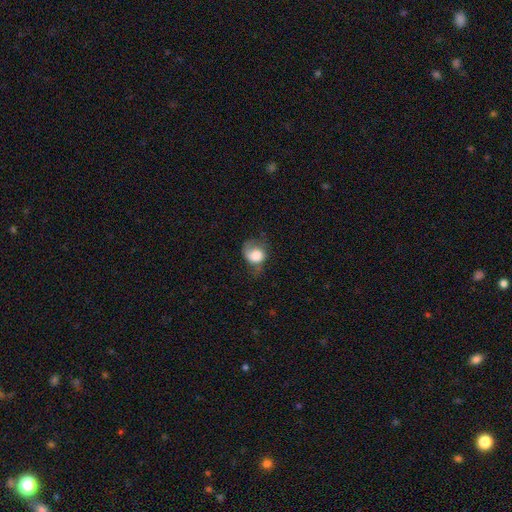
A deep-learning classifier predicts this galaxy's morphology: Overall: smooth (73%). How rounded: round (53%; in between 46%). Merging: major disturbance (35%; minor disturbance 34%).